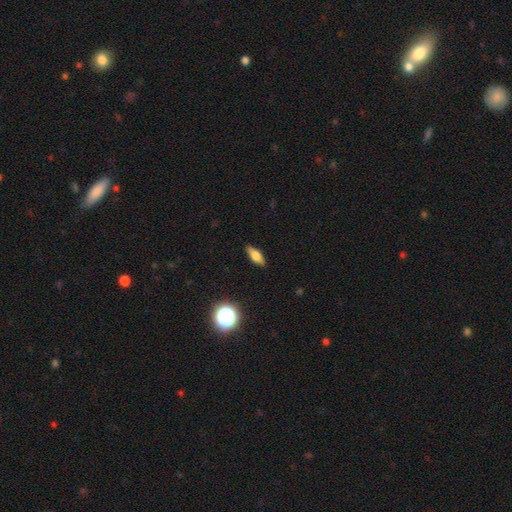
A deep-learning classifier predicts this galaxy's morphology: Overall: smooth (66%). How rounded: in between (66%; cigar-shaped 29%). Merging: none (87%).